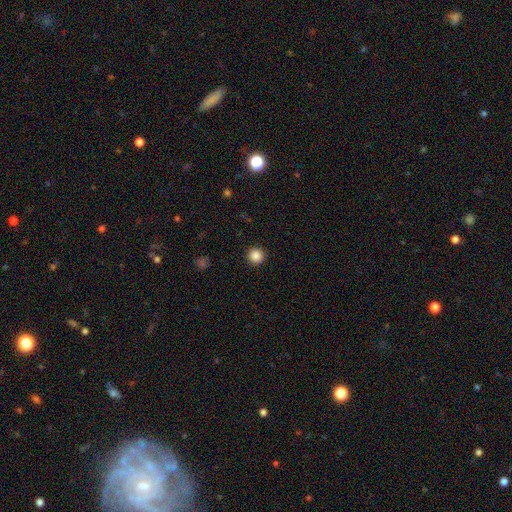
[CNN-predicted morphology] A smooth galaxy with no disk features (87%) that is round (96%). Merging: none (93%).